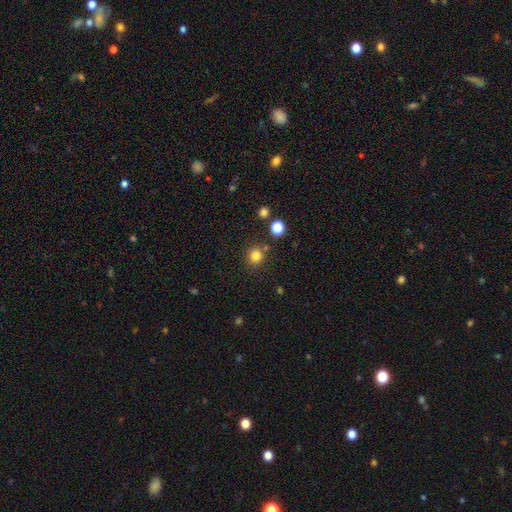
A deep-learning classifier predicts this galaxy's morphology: Smooth or featured? Predicted: smooth (p=0.81). How rounded? Predicted: round (p=0.88). Merging? Predicted: none (p=0.81).